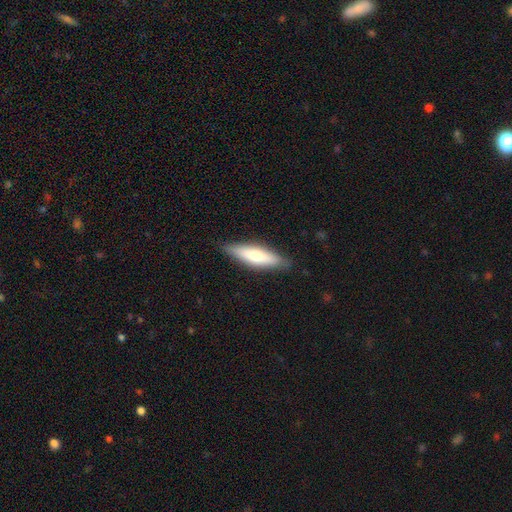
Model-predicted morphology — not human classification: Q: Smooth or featured?
A: smooth (61%); runner-up: featured or disk (33%)
Q: How rounded?
A: cigar-shaped (62%); runner-up: in between (36%)
Q: Merging?
A: none (86%); runner-up: minor disturbance (11%)